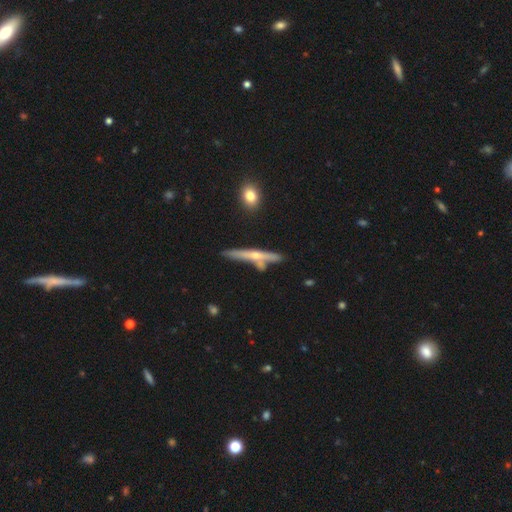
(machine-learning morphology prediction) Overall: featured or disk (64%; smooth 29%). Edge-on disk: yes (93%). Edge-on bulge: rounded (78%). Merging: none (72%).